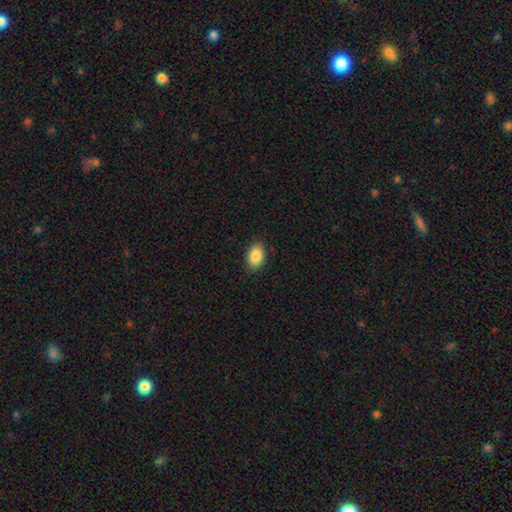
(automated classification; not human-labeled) Smooth or featured? Predicted: smooth (p=0.88). How rounded? Predicted: in between (p=0.86). Merging? Predicted: none (p=0.85).